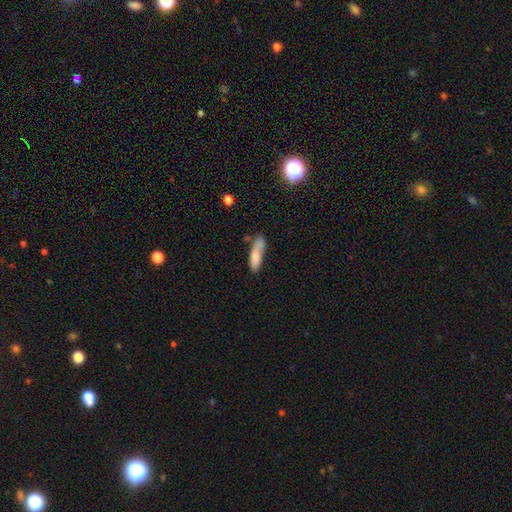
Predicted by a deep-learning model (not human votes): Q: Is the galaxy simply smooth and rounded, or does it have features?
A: smooth — 78%.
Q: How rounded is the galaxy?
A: cigar-shaped — 63%.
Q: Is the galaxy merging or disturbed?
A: none — 49%.